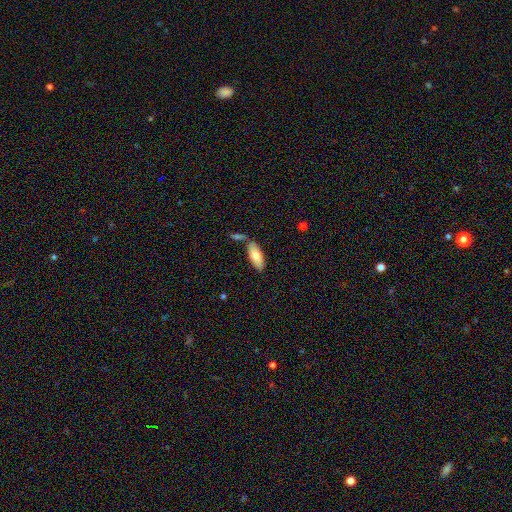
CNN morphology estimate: smooth_or_featured: smooth (p=0.77) [alt: featured or disk p=0.17]
how_rounded: in between (p=0.80) [alt: cigar-shaped p=0.18]
merging: none (p=0.69) [alt: minor disturbance p=0.14]